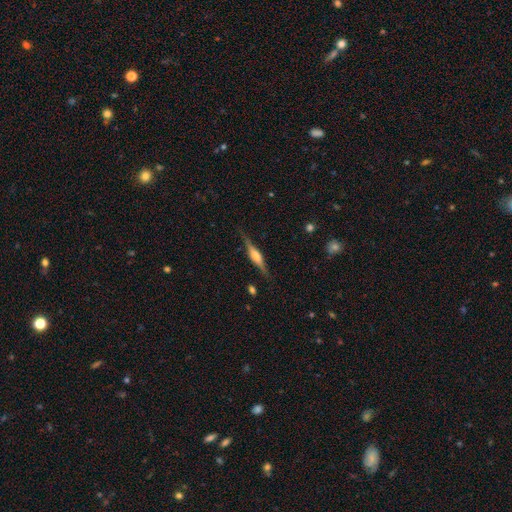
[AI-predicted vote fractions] smooth_or_featured: featured or disk (p=0.73) [alt: smooth p=0.21]
disk_edge_on: yes (p=0.97) [alt: no p=0.03]
edge_on_bulge: rounded (p=0.72) [alt: boxy p=0.23]
merging: none (p=0.84) [alt: minor disturbance p=0.12]